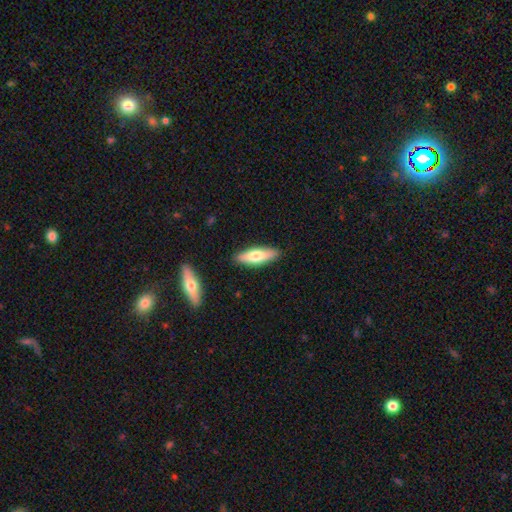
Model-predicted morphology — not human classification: A smooth galaxy with no disk features (64%) that is cigar-shaped (50%). Merging: none (88%).